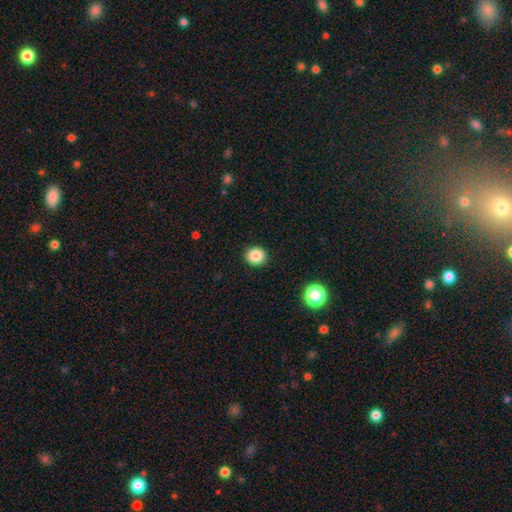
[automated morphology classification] type=smooth (85%); roundness=round (85%); merging=none (92%).